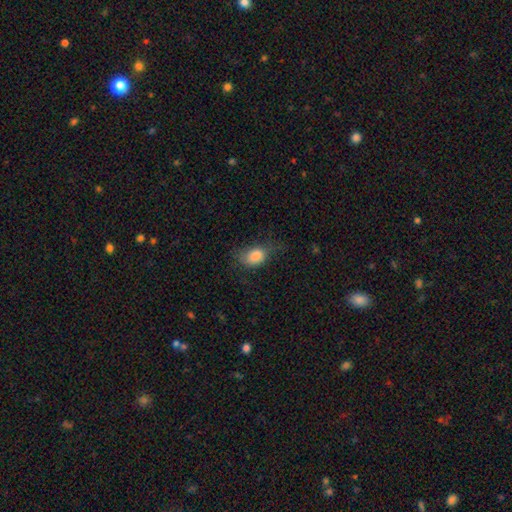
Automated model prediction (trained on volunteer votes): smooth_or_featured: smooth (p=0.83) [alt: star or artifact p=0.09]
how_rounded: in between (p=0.82) [alt: round p=0.16]
merging: none (p=0.48) [alt: minor disturbance p=0.31]